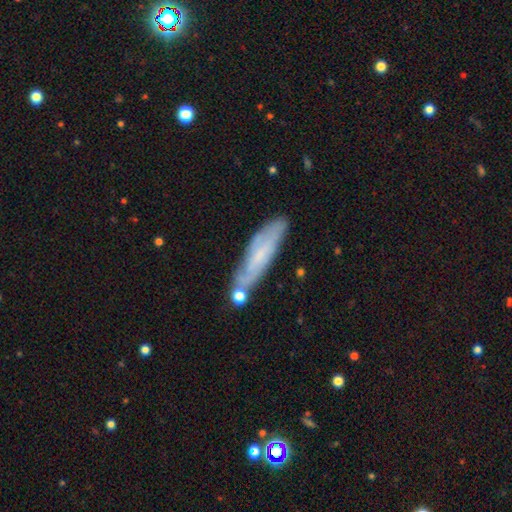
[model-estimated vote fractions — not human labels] Smooth or featured: featured or disk — 45% (smooth — 43%)
Merging: none — 74% (minor disturbance — 16%)